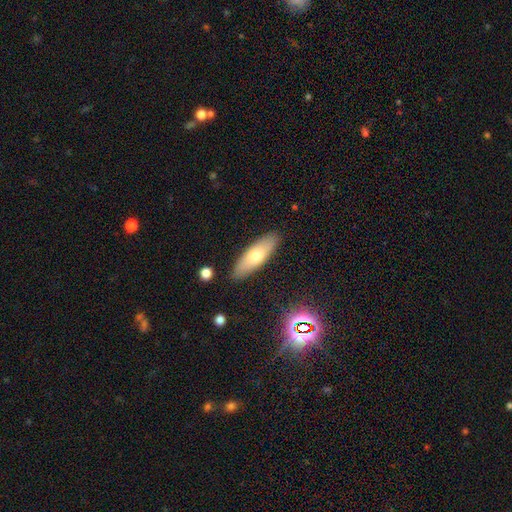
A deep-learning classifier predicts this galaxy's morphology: Smooth or featured?
  - smooth: 64% *
  - featured or disk: 29%
  - star or artifact: 7%
How rounded?
  - in between: 57% *
  - cigar-shaped: 41%
  - round: 2%
Merging?
  - none: 88% *
  - minor disturbance: 8%
  - major disturbance: 2%
  - merger: 1%